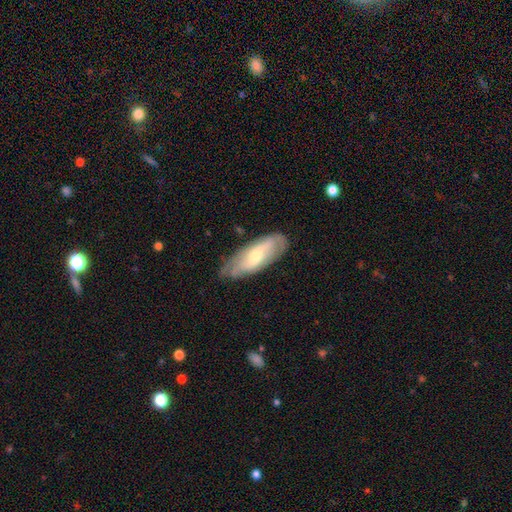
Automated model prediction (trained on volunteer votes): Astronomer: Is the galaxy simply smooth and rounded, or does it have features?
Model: featured or disk — 54% (runner-up: smooth, 40%).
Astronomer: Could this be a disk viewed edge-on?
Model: no — 81%.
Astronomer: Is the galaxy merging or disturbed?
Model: none — 68%.